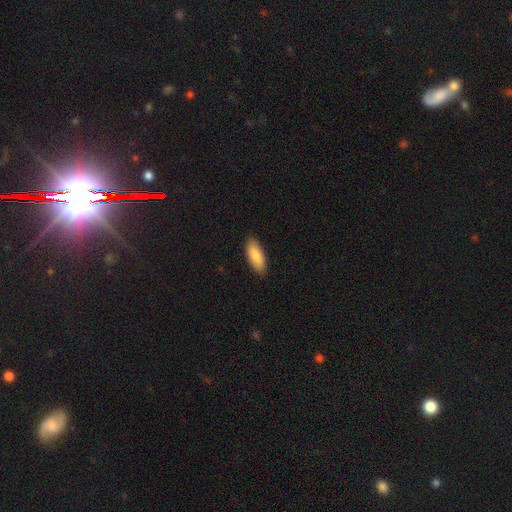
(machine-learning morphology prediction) A smooth galaxy with no disk features (87%) that is in between round and cigar-shaped (78%). Merging: none (88%).